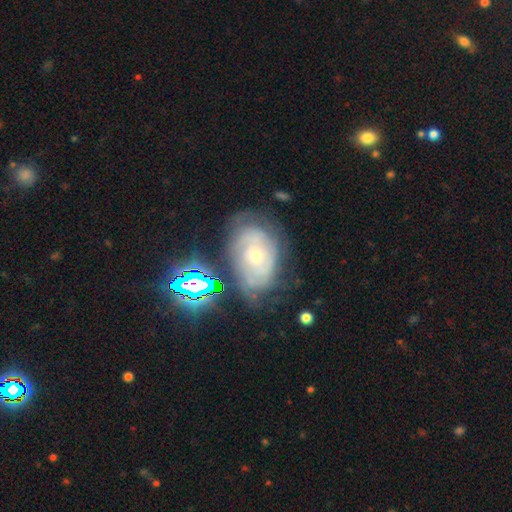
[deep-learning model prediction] Overall: featured or disk (73%). Edge-on disk: no (96%). Bar: no (79%). Spiral arms: yes (89%). Spiral arm count: can't tell (51%; 2 18%). Spiral winding: tight (68%). Bulge size: small (58%; moderate 38%). Merging: none (59%; minor disturbance 26%).